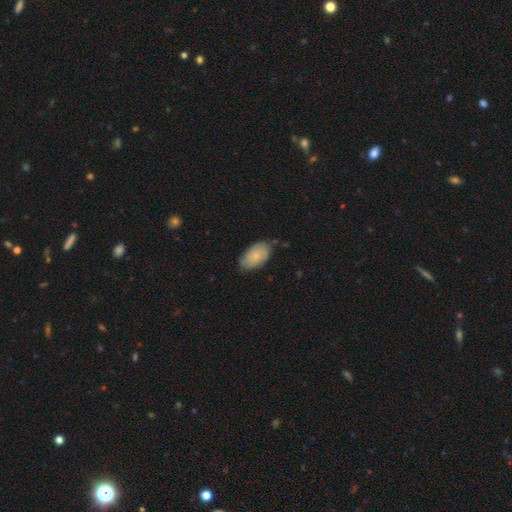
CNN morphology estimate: A smooth galaxy with no disk features (66%) that is in between round and cigar-shaped (93%). Merging: none (71%).